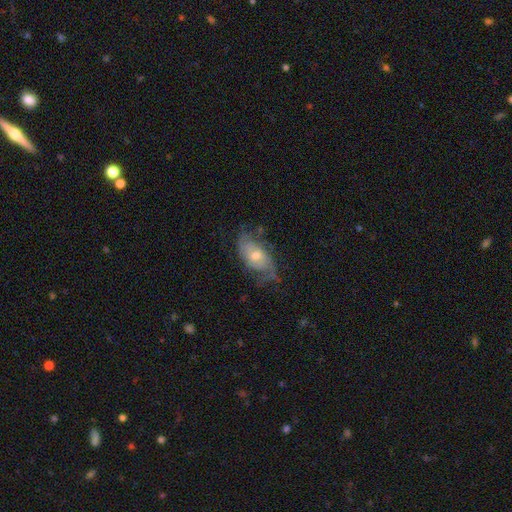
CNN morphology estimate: Smooth or featured? featured or disk (69%)
Edge-on disk? no (93%)
Bar? no (65%)
Spiral arms? yes (84%)
Spiral winding? medium (41%)
Spiral arm count? 2 (56%)
Bulge size? moderate (59%)
Merging? none (54%)